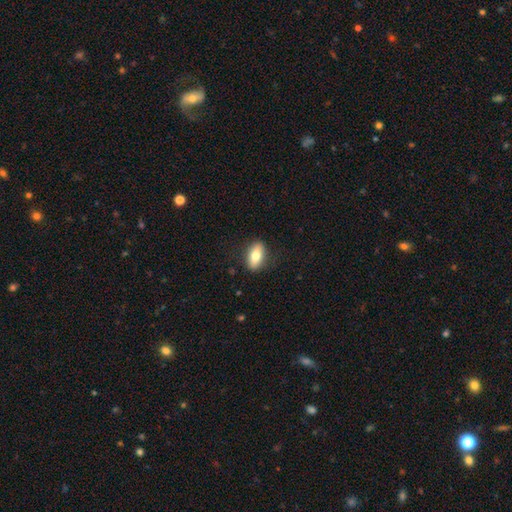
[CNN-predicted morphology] A smooth galaxy with no disk features (75%) that is in between round and cigar-shaped (86%).

Vote fractions:
- Smooth or featured? smooth: 75% / featured or disk: 18% / star or artifact: 7%
- How rounded? in between: 86% / cigar-shaped: 8% / round: 6%
- Merging? none: 86% / minor disturbance: 11% / major disturbance: 3% / merger: 1%